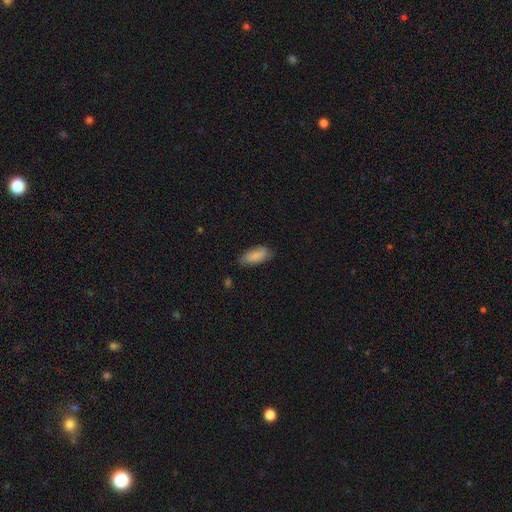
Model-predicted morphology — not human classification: smooth_or_featured: smooth (p=0.82) [alt: featured or disk p=0.12]
how_rounded: in between (p=0.85) [alt: cigar-shaped p=0.13]
merging: none (p=0.67) [alt: minor disturbance p=0.27]